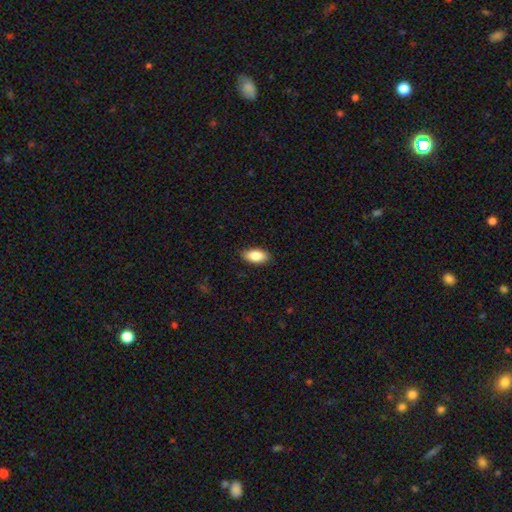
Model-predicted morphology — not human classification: A smooth galaxy with no disk features (85%) that is in between round and cigar-shaped (91%).

Vote fractions:
- Smooth or featured? smooth: 85% / featured or disk: 8% / star or artifact: 7%
- How rounded? in between: 91% / cigar-shaped: 6% / round: 3%
- Merging? none: 88% / minor disturbance: 9% / major disturbance: 2% / merger: 1%